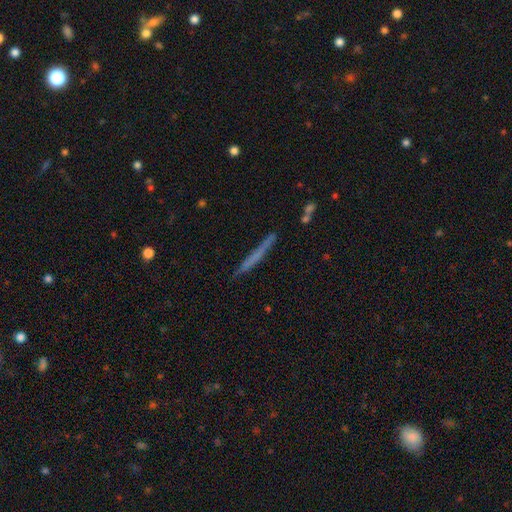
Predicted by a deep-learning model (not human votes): Smooth or featured? smooth (53%)
How rounded? cigar-shaped (96%)
Merging? none (87%)